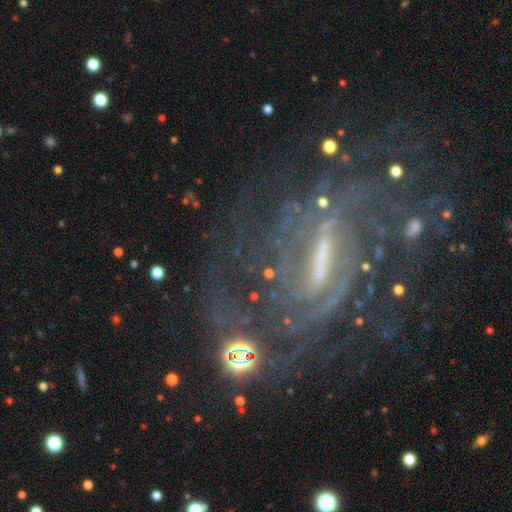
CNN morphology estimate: Smooth or featured? featured or disk (83%)
Edge-on disk? no (93%)
Bar? strong (58%)
Spiral arms? yes (92%)
Spiral winding? tight (50%)
Spiral arm count? can't tell (40%)
Bulge size? small (35%)
Merging? none (59%)